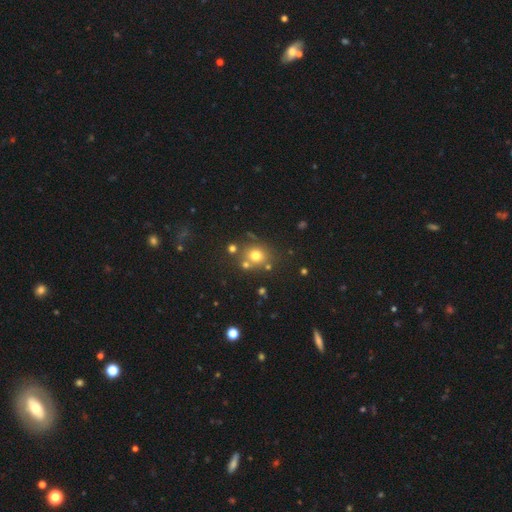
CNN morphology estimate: Smooth or featured: smooth — 71% (star or artifact — 18%)
How rounded: round — 82% (in between — 17%)
Merging: none — 69% (merger — 16%)